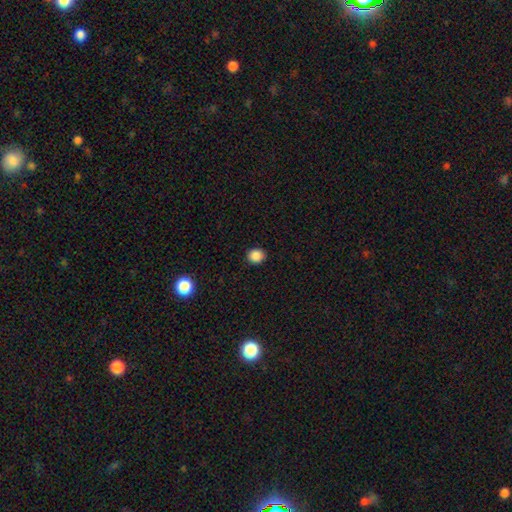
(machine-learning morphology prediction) A smooth galaxy with no disk features (87%) that is round (81%). Merging: none (90%).